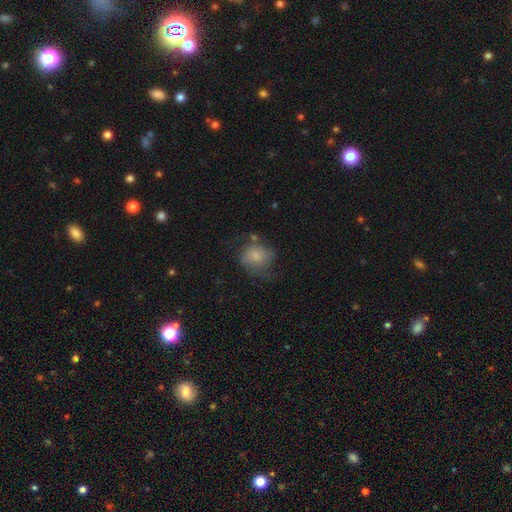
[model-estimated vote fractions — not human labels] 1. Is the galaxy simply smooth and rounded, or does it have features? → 60% smooth, 30% featured or disk, 9% star or artifact.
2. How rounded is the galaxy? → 69% round, 30% in between, 1% cigar-shaped.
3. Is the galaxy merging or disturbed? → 42% none, 29% minor disturbance, 24% major disturbance, 5% merger.